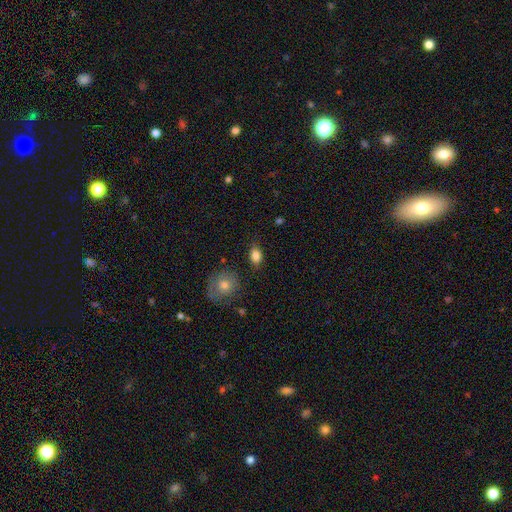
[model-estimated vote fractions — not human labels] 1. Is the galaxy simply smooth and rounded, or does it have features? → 84% smooth, 9% star or artifact, 7% featured or disk.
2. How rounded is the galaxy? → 79% in between, 19% round, 2% cigar-shaped.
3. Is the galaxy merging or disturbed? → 81% none, 13% minor disturbance, 3% major disturbance, 2% merger.